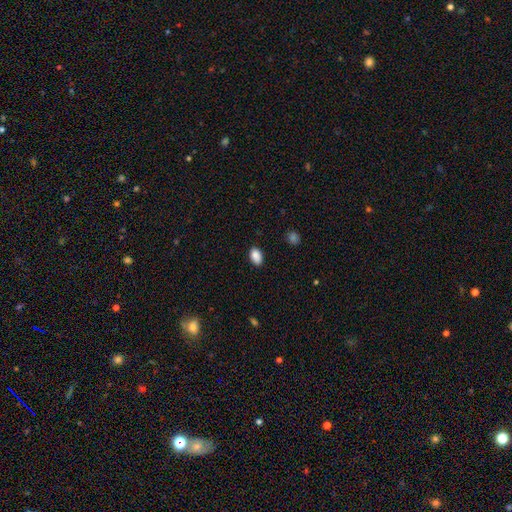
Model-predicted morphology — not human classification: Smooth or featured: smooth — 89% (star or artifact — 8%)
How rounded: in between — 91% (round — 8%)
Merging: none — 86% (minor disturbance — 11%)